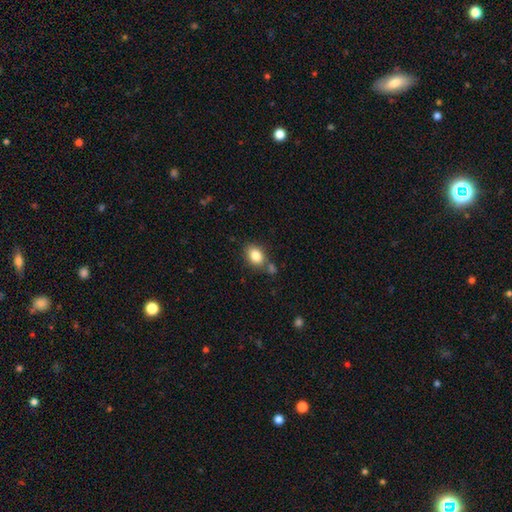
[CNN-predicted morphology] The model was most divided on "how rounded": in between: 72%, round: 27%, cigar-shaped: 1%. More confident: smooth or featured — smooth (84%); merging — none (68%).